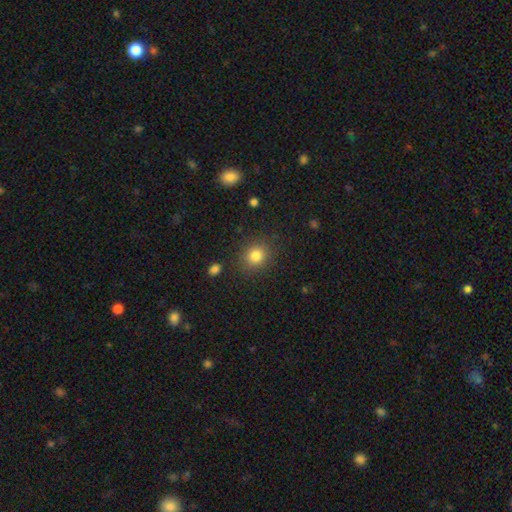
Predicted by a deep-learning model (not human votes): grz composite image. It shows a smooth galaxy with no disk features (82%) that is round (74%). Merging: none (85%).